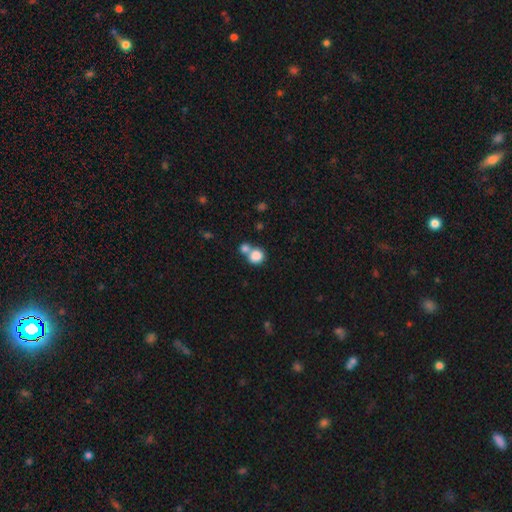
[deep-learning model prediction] Q: Smooth or featured?
A: smooth (83%); runner-up: star or artifact (9%)
Q: How rounded?
A: round (78%); runner-up: in between (21%)
Q: Merging?
A: merger (48%); runner-up: none (40%)